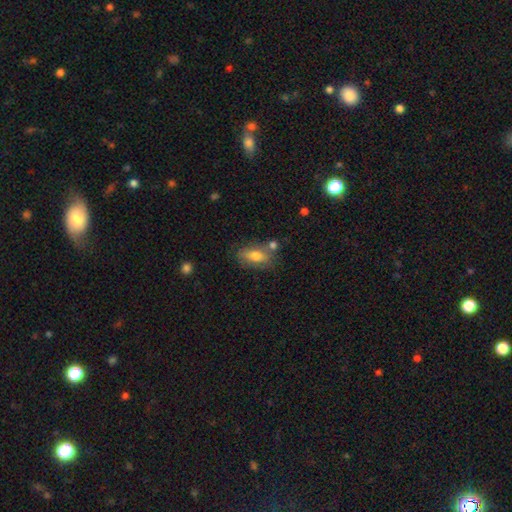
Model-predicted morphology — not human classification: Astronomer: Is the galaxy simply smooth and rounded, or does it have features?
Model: smooth — 69%.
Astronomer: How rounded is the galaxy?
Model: in between — 84%.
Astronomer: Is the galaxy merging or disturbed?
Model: none — 65%.